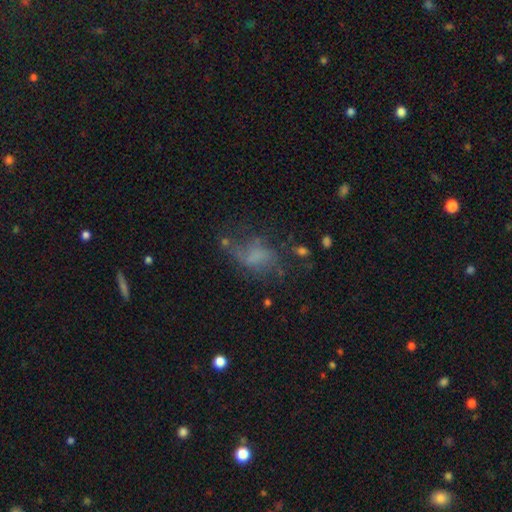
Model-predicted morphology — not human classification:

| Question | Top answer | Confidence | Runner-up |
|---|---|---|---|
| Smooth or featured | featured or disk | 42% | smooth (41%) |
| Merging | none | 38% | major disturbance (35%) |